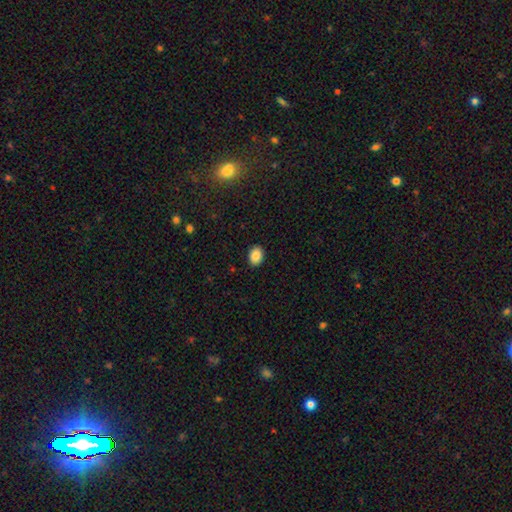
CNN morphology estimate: type=smooth (87%); roundness=in between (66%); merging=none (90%).